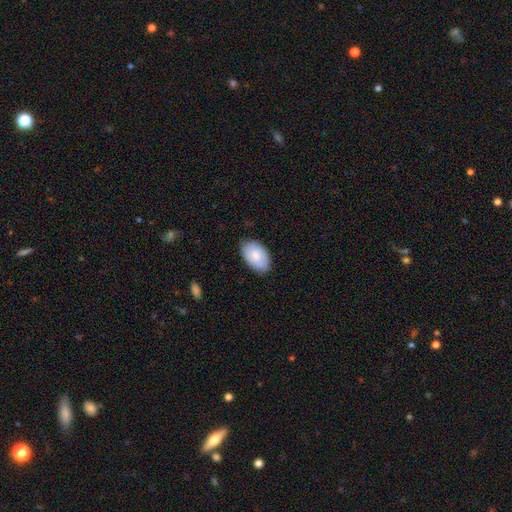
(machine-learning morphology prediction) type=smooth (79%); roundness=in between (93%); merging=none (81%).